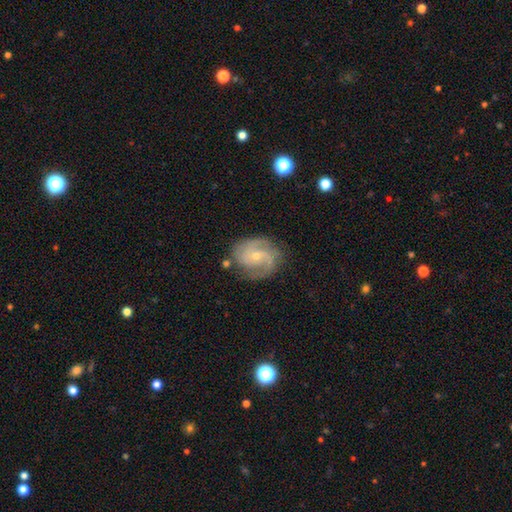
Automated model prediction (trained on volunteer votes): Morphology: type=featured or disk (85%); edge-on=no (98%); bar=no (57%); spiral arms=yes (96%); winding=medium (48%); arm count=2 (55%); bulge=small (71%); merging=none (72%).